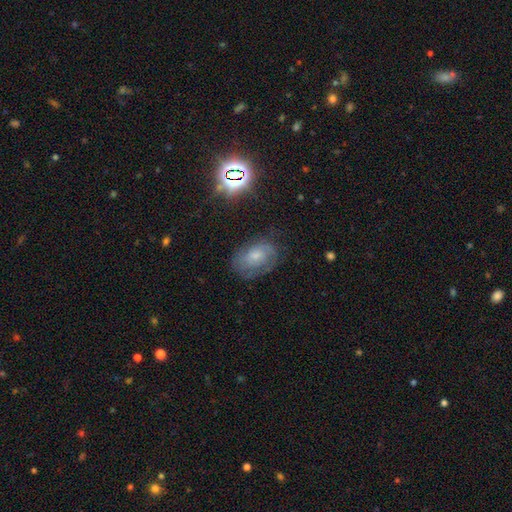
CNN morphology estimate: Smooth or featured: featured or disk — 47% (smooth — 38%)
Merging: none — 66% (minor disturbance — 22%)